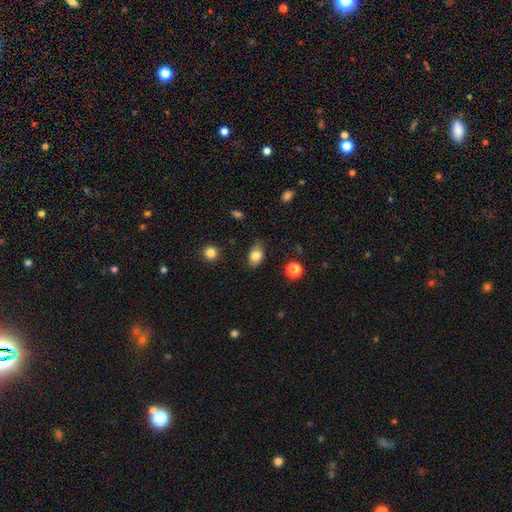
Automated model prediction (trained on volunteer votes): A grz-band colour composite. It shows a smooth galaxy with no disk features (81%) that is in between round and cigar-shaped (78%). Merging: none (74%).